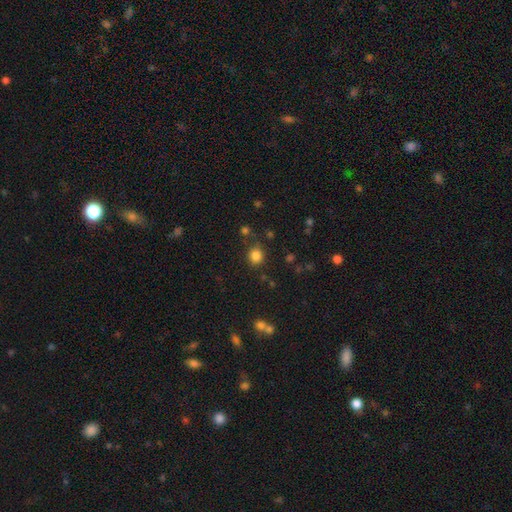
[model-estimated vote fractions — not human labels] Smooth or featured? smooth (82%)
How rounded? round (79%)
Merging? none (78%)